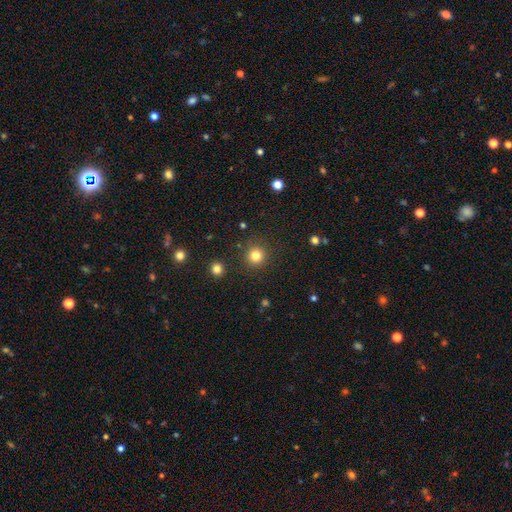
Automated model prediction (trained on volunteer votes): Smooth or featured? smooth (82%)
How rounded? round (94%)
Merging? none (90%)